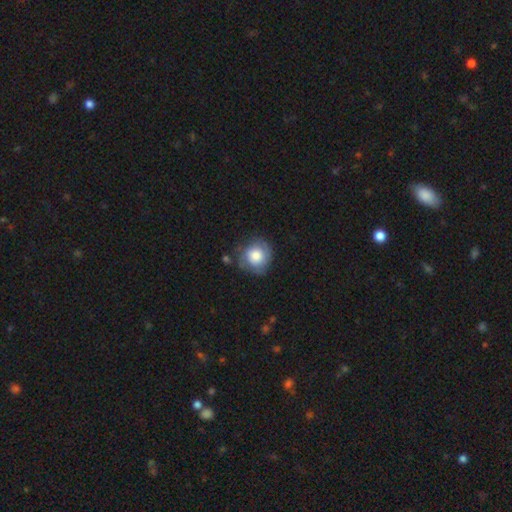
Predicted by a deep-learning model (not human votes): The model was most divided on "merging": none: 68%, minor disturbance: 23%, major disturbance: 7%, merger: 2%. More confident: how rounded — round (85%); smooth or featured — smooth (72%).